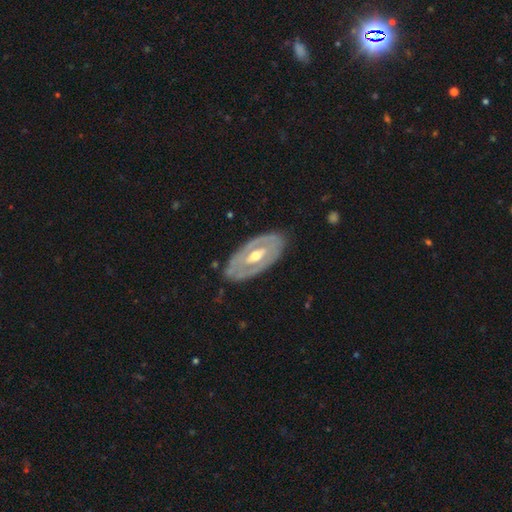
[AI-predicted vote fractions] Q: Smooth or featured?
A: featured or disk (75%); runner-up: smooth (20%)
Q: Edge-on disk?
A: no (89%); runner-up: yes (11%)
Q: Bar?
A: no (38%); runner-up: weak (35%)
Q: Spiral arms?
A: no (58%); runner-up: yes (42%)
Q: Bulge size?
A: moderate (73%); runner-up: small (19%)
Q: Merging?
A: none (79%); runner-up: minor disturbance (15%)